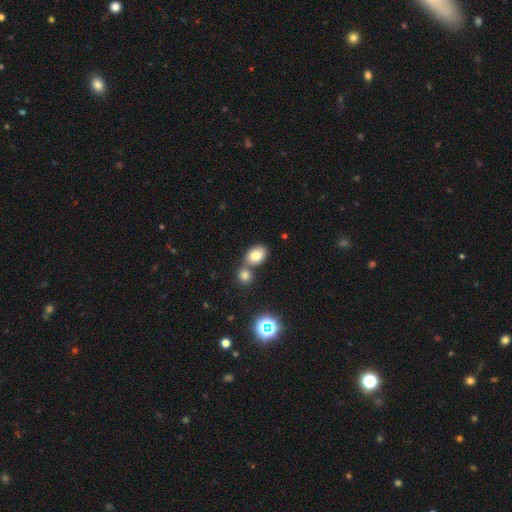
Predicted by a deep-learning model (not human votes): Q: Smooth or featured?
A: smooth (78%); runner-up: star or artifact (12%)
Q: How rounded?
A: in between (74%); runner-up: round (25%)
Q: Merging?
A: none (50%); runner-up: merger (37%)